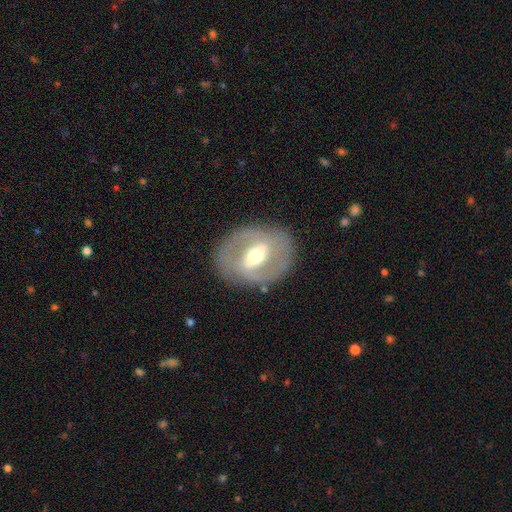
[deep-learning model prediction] Morphology: type=featured or disk (71%); edge-on=no (94%); bar=strong (42%); spiral arms=yes (51%); bulge=moderate (69%); merging=none (80%).